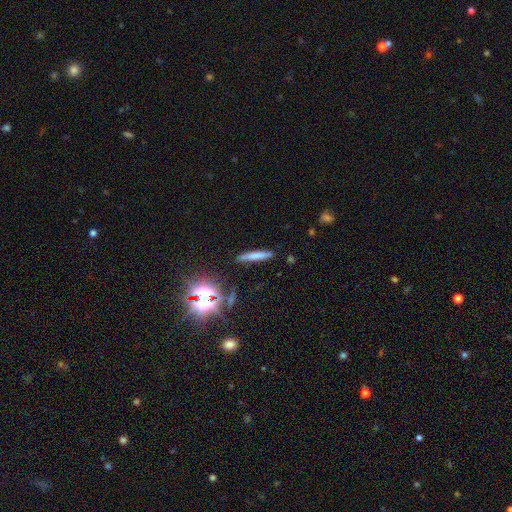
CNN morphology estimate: Smooth or featured: smooth — 66% (featured or disk — 20%)
How rounded: cigar-shaped — 92% (in between — 6%)
Merging: none — 86% (minor disturbance — 9%)